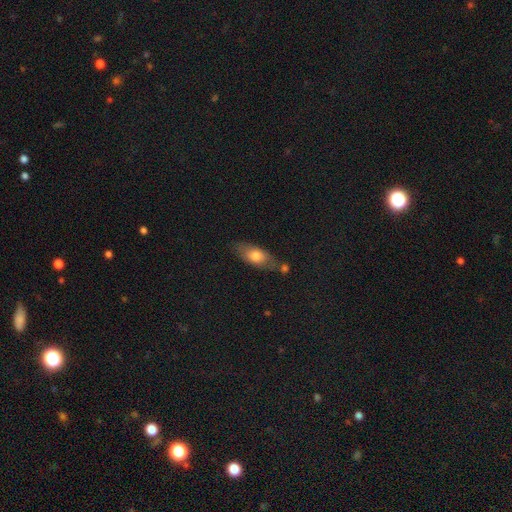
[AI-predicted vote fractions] A smooth galaxy with no disk features (71%) that is in between round and cigar-shaped (81%).

Vote fractions:
- Smooth or featured? smooth: 71% / featured or disk: 22% / star or artifact: 7%
- How rounded? in between: 81% / cigar-shaped: 14% / round: 6%
- Merging? none: 67% / minor disturbance: 19% / merger: 9% / major disturbance: 5%